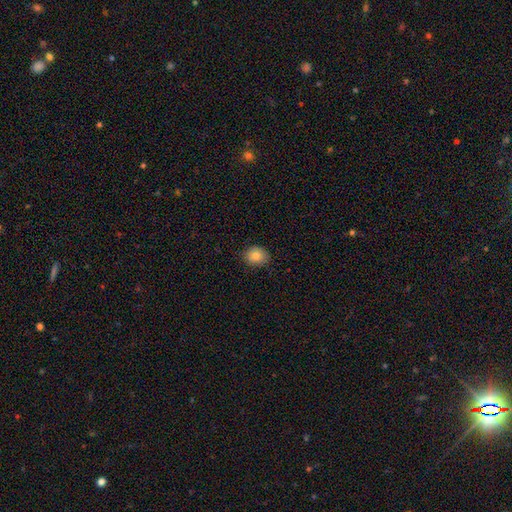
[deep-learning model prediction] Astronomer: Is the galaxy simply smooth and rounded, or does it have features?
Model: smooth — 84%.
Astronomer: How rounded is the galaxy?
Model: round — 63%.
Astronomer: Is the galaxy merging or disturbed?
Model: none — 84%.